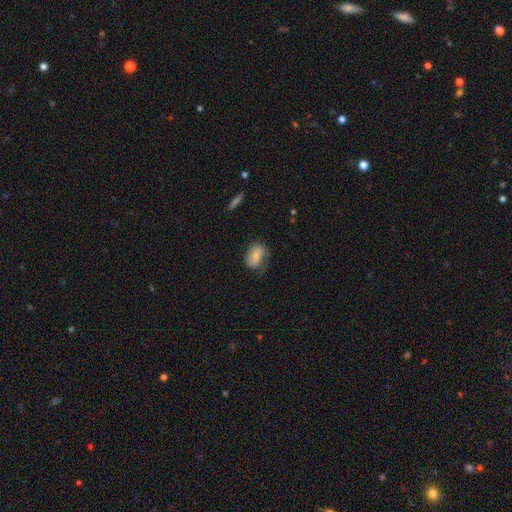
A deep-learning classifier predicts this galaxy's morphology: smooth 68%, featured or disk 25%, star or artifact 8%. Down the decision tree: how rounded — in between (81%); merging — none (52%).